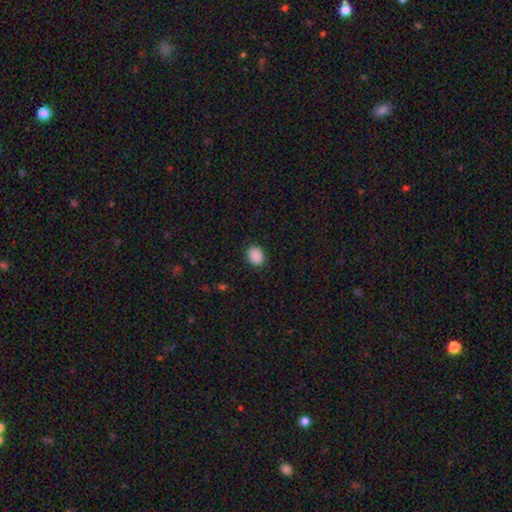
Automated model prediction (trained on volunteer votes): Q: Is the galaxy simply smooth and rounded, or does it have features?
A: smooth — 89%.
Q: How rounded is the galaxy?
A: in between — 57%.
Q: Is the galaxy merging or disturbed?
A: none — 88%.